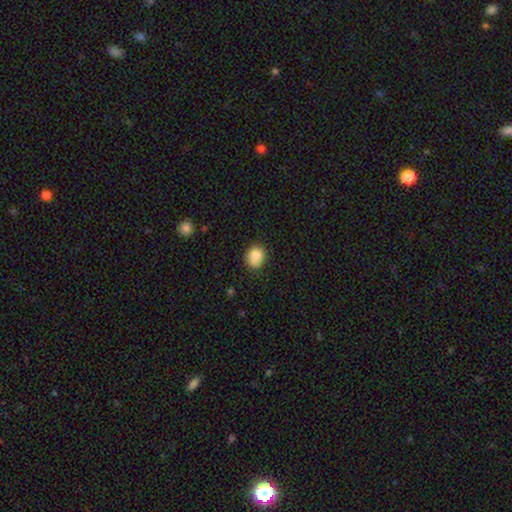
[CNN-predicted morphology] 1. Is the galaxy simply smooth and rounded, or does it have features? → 83% smooth, 9% star or artifact, 8% featured or disk.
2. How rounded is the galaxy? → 69% round, 30% in between, 1% cigar-shaped.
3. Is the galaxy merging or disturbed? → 68% none, 23% minor disturbance, 5% major disturbance, 5% merger.